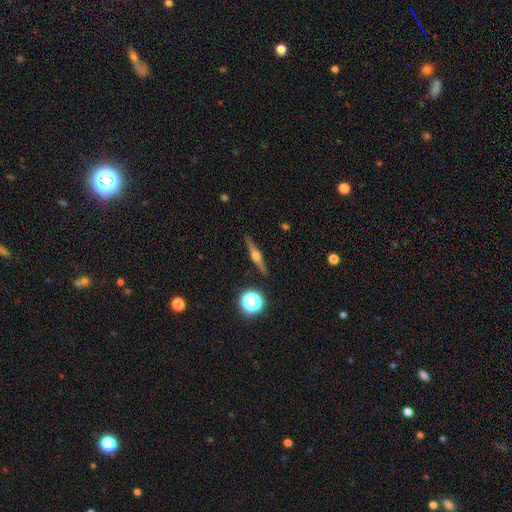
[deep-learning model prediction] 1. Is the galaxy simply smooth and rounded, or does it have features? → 76% featured or disk, 17% smooth, 8% star or artifact.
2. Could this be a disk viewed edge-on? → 97% yes, 3% no.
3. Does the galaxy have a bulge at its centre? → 94% rounded, 4% boxy, 2% none.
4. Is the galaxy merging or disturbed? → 90% none, 7% minor disturbance, 2% major disturbance, 1% merger.